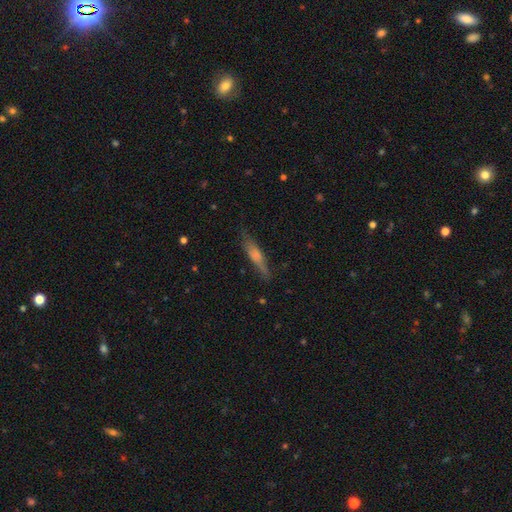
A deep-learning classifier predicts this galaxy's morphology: This is possibly a featured or disk galaxy (50%). Merging: likely none (79%).